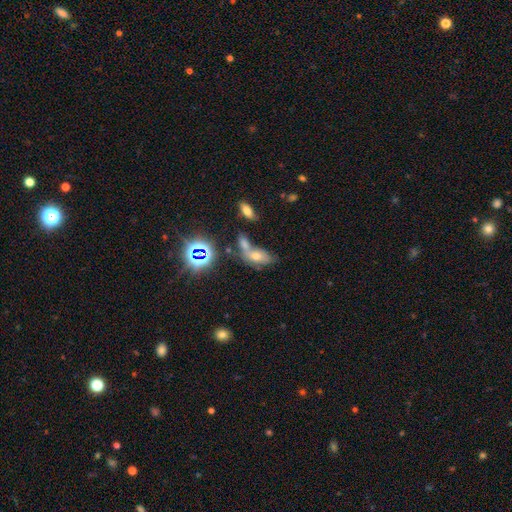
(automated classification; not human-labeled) Smooth or featured? Predicted: smooth (p=0.42). Merging? Predicted: merger (p=0.39).